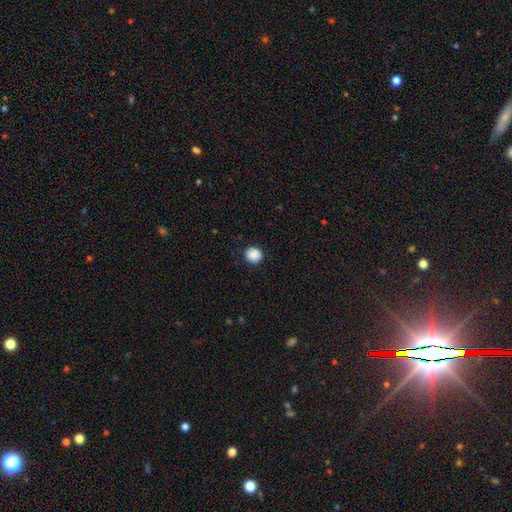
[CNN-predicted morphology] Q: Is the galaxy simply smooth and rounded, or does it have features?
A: smooth — 89%.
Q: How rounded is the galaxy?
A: round — 89%.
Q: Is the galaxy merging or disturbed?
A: none — 91%.